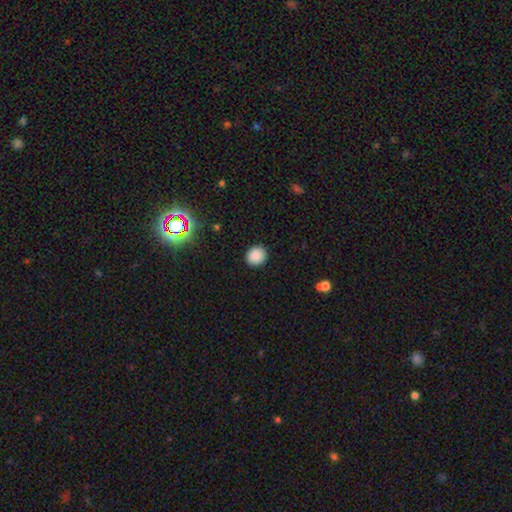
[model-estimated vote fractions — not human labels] This appears to be a smooth galaxy with no disk features (86%) that is round (82%). Merging: none (91%).